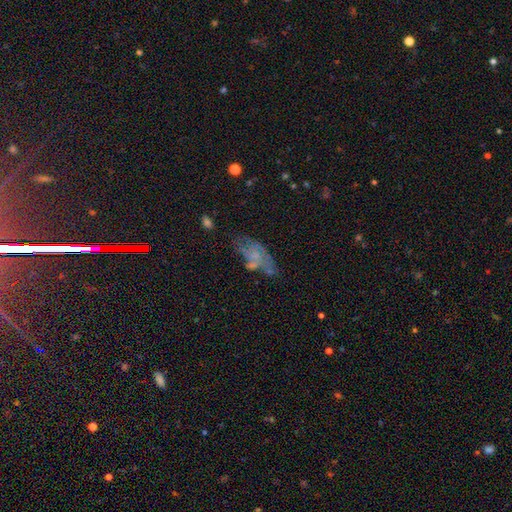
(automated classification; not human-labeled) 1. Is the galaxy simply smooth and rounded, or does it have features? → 46% featured or disk, 37% smooth, 17% star or artifact.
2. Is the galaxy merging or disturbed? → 45% none, 24% minor disturbance, 21% major disturbance, 11% merger.